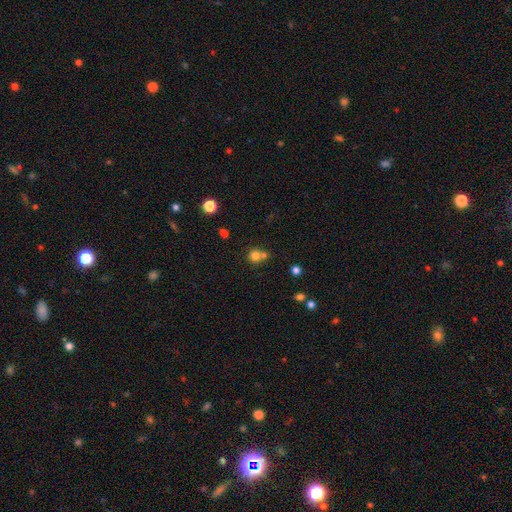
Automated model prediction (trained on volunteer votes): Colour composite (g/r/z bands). It shows a smooth galaxy with no disk features (77%) that is round (88%). Merging: none (50%).